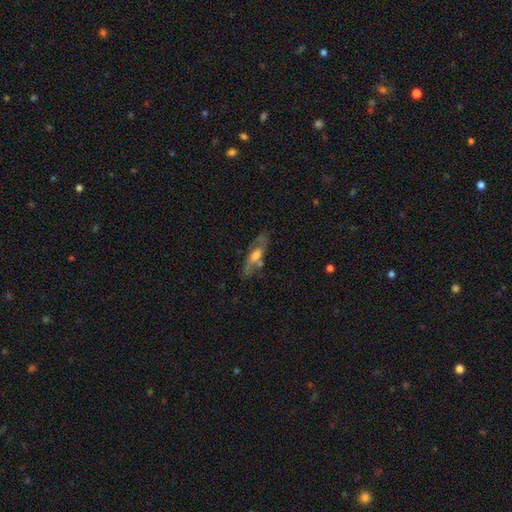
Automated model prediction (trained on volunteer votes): Morphology: type=featured or disk (61%); edge-on=no (70%); merging=none (63%).